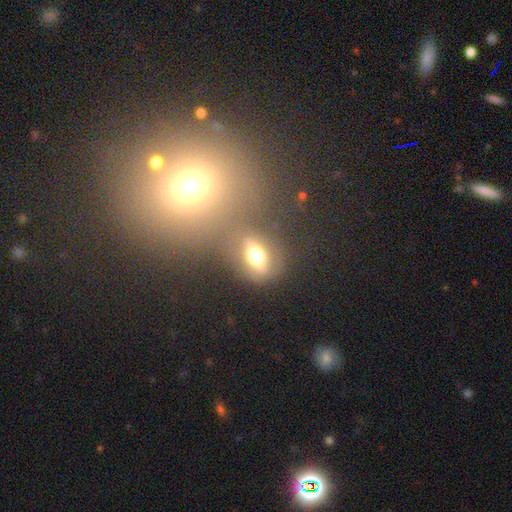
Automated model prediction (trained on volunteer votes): A smooth galaxy with no disk features (59%) that is in between round and cigar-shaped (61%). Merging: none (68%).